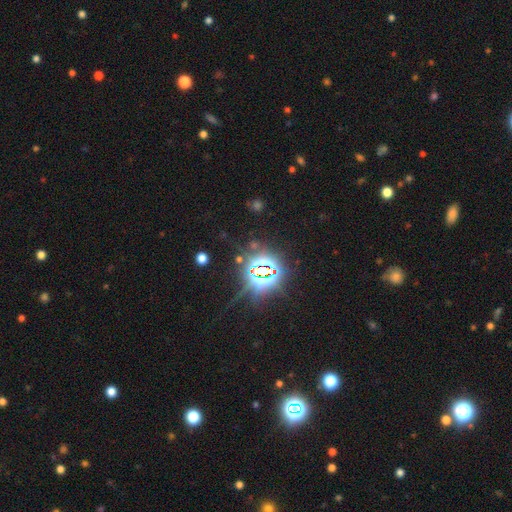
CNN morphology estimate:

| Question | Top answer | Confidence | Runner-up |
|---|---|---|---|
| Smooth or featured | star or artifact | 83% | smooth (10%) |